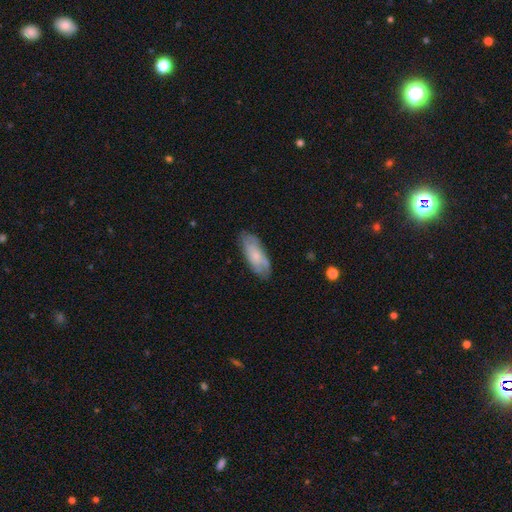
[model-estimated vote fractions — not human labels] Smooth or featured? Predicted: smooth (p=0.54). How rounded? Predicted: in between (p=0.77). Merging? Predicted: none (p=0.75).